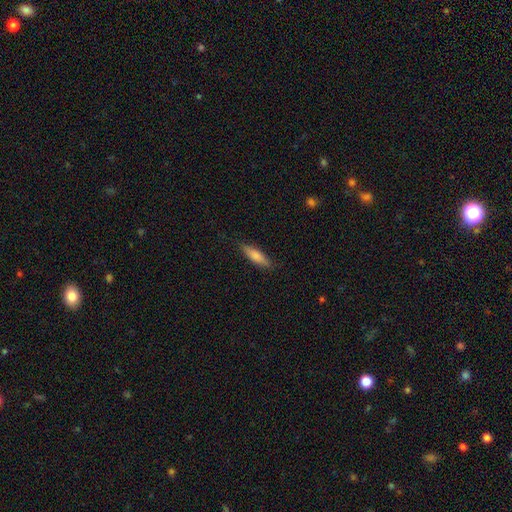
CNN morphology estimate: Smooth or featured?
  - smooth: 79% *
  - featured or disk: 15%
  - star or artifact: 6%
How rounded?
  - cigar-shaped: 61% *
  - in between: 38%
  - round: 2%
Merging?
  - none: 84% *
  - minor disturbance: 12%
  - major disturbance: 2%
  - merger: 1%